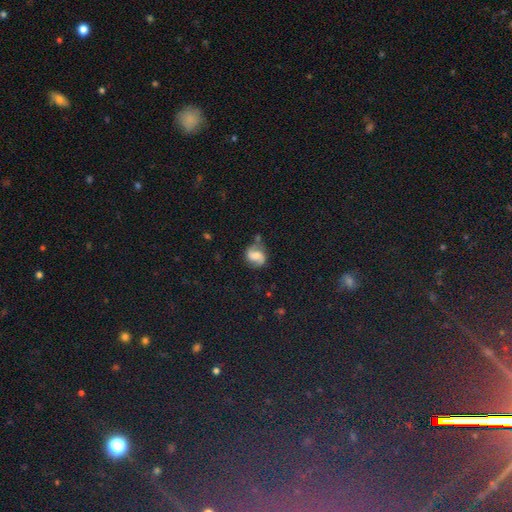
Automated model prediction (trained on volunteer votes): Smooth or featured? featured or disk (66%)
Edge-on disk? no (98%)
Bar? no (43%)
Spiral arms? yes (92%)
Spiral winding? medium (45%)
Spiral arm count? 2 (90%)
Bulge size? moderate (50%)
Merging? none (65%)